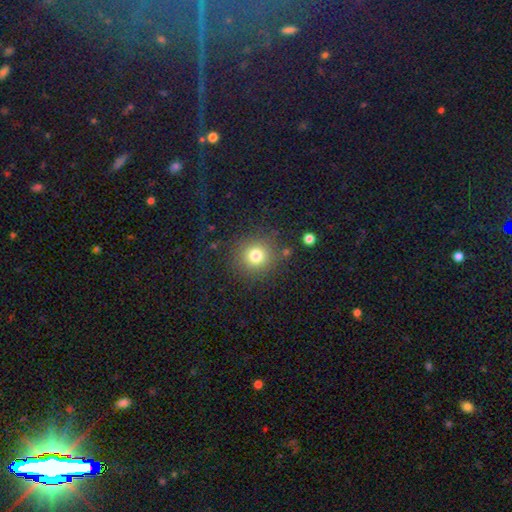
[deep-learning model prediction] Q: Smooth or featured?
A: smooth (78%); runner-up: star or artifact (14%)
Q: How rounded?
A: round (93%); runner-up: in between (6%)
Q: Merging?
A: none (85%); runner-up: minor disturbance (8%)